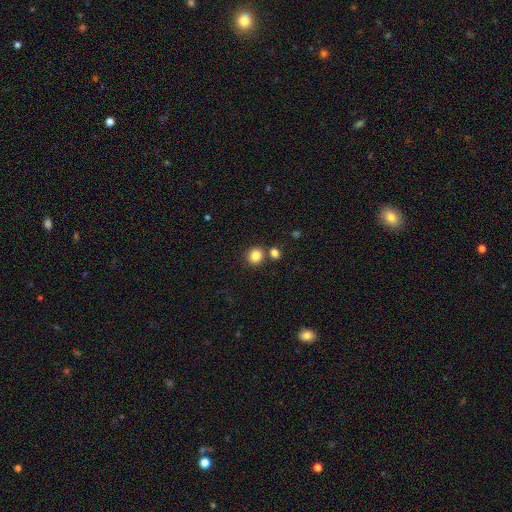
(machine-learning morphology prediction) Smooth or featured? smooth (84%)
How rounded? round (86%)
Merging? none (76%)